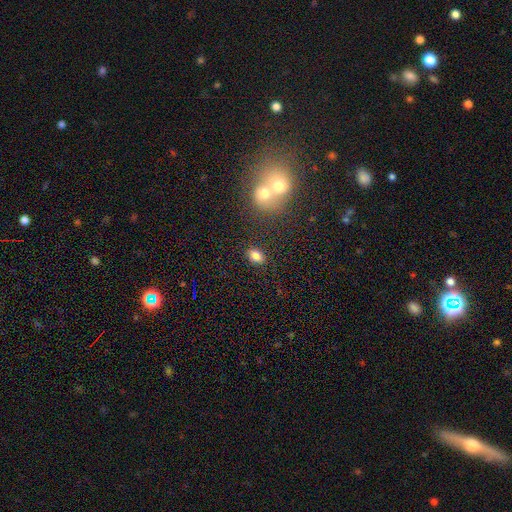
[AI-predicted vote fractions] smooth-or-featured: smooth: 79% | star or artifact: 11% | featured or disk: 9%
  how-rounded: in between: 78% | round: 20% | cigar-shaped: 2%
  merging: none: 83% | minor disturbance: 9% | merger: 6% | major disturbance: 3%